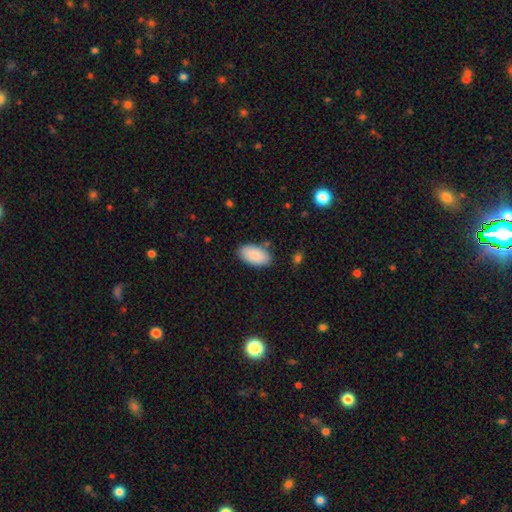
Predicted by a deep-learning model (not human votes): Smooth or featured: smooth — 88% (star or artifact — 6%)
How rounded: in between — 96% (round — 3%)
Merging: none — 84% (minor disturbance — 11%)